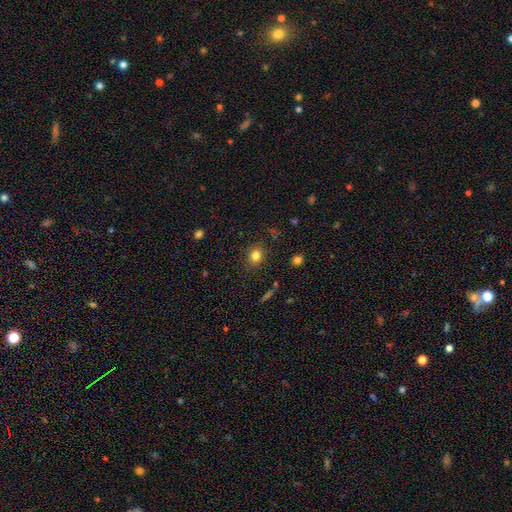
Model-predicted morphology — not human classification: A smooth galaxy with no disk features (81%) that is round (61%). Merging: none (85%).